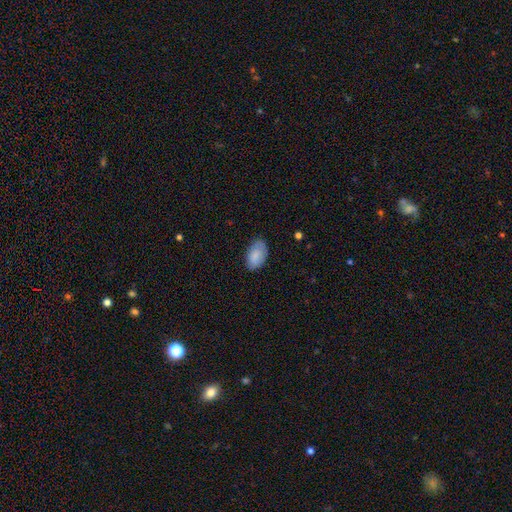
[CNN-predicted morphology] Smooth or featured: smooth — 86% (featured or disk — 8%)
How rounded: in between — 94% (round — 5%)
Merging: none — 76% (minor disturbance — 19%)